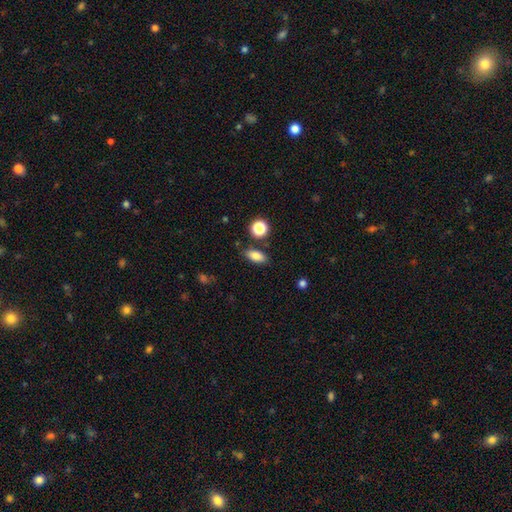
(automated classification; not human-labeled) smooth 82%, star or artifact 9%, featured or disk 8%. Down the decision tree: how rounded — in between (81%); merging — none (81%).